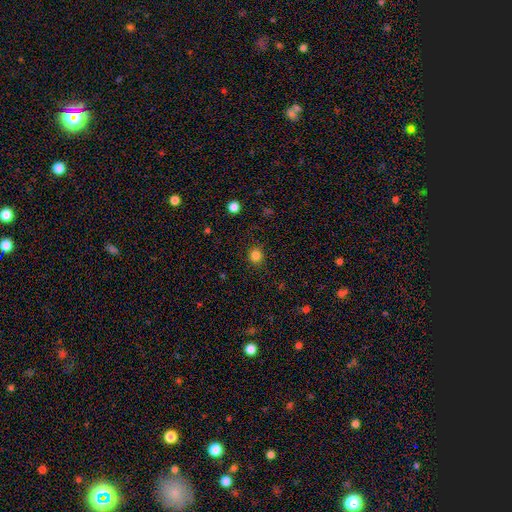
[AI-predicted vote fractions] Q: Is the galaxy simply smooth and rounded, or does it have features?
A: smooth — 83%.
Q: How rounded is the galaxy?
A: round — 88%.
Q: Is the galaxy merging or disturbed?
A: none — 89%.